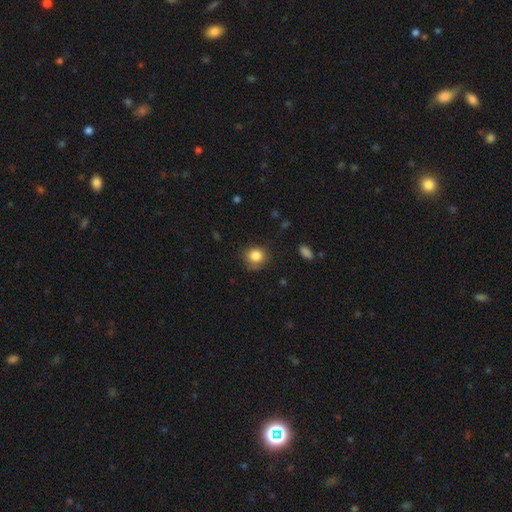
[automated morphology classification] Overall: smooth (84%). How rounded: round (82%). Merging: none (75%).